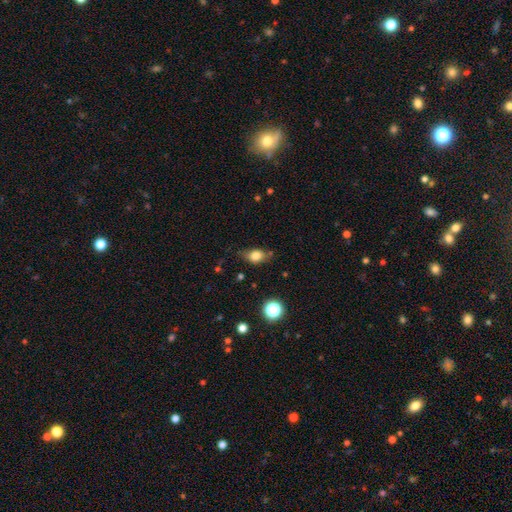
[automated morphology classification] The model was most divided on "merging": none: 69%, minor disturbance: 23%, major disturbance: 5%, merger: 3%. More confident: smooth or featured — smooth (79%); how rounded — in between (75%).